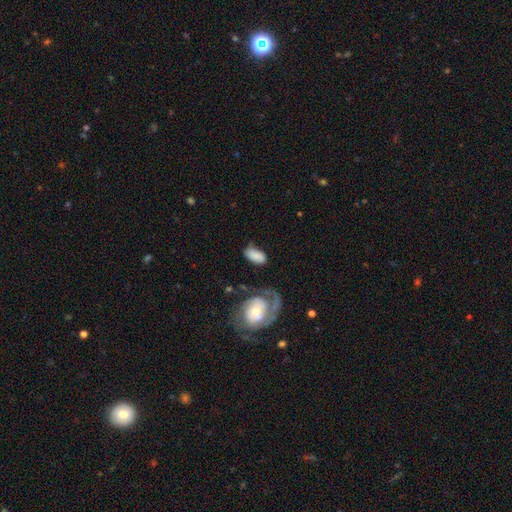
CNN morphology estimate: The model was most divided on "merging": none: 52%, minor disturbance: 22%, major disturbance: 16%, merger: 10%. More confident: how rounded — in between (92%); smooth or featured — smooth (73%).